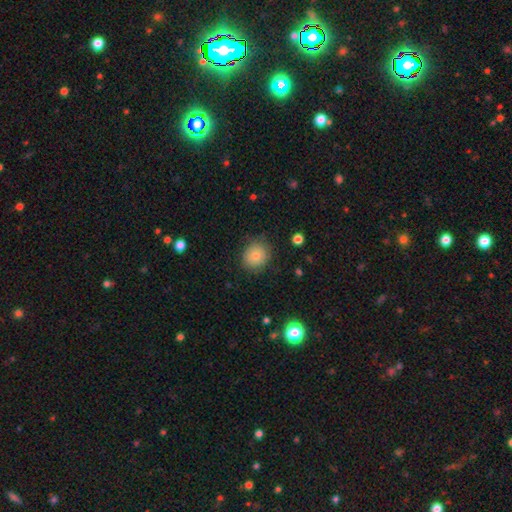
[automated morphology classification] Smooth or featured? smooth (77%)
How rounded? round (83%)
Merging? none (82%)